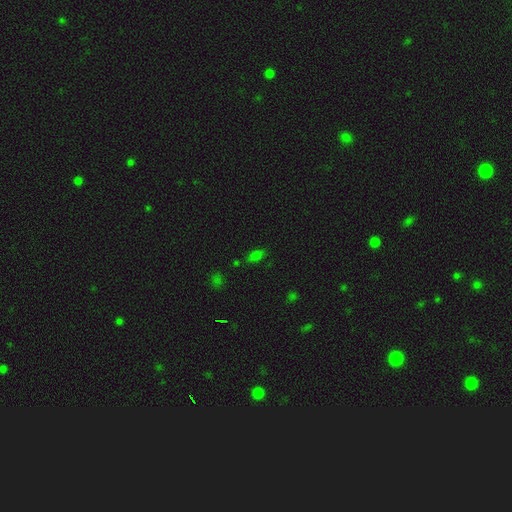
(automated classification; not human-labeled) smooth_or_featured: smooth (p=0.68) [alt: star or artifact p=0.24]
how_rounded: in between (p=0.85) [alt: cigar-shaped p=0.08]
merging: none (p=0.77) [alt: minor disturbance p=0.15]